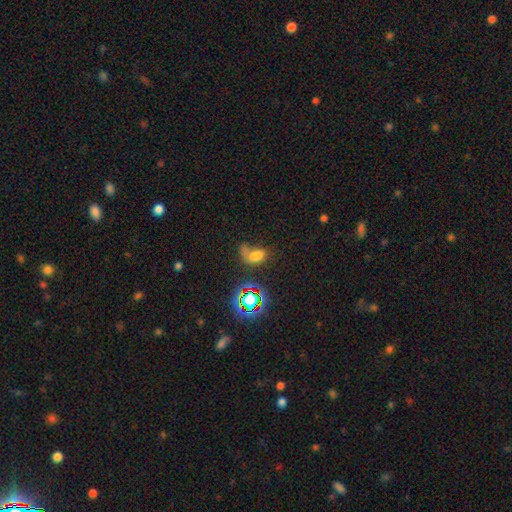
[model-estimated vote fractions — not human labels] A smooth galaxy with no disk features (55%) that is in between round and cigar-shaped (79%).

Vote fractions:
- Smooth or featured? smooth: 55% / star or artifact: 27% / featured or disk: 18%
- How rounded? in between: 79% / round: 19% / cigar-shaped: 3%
- Merging? merger: 31% / none: 29% / major disturbance: 25% / minor disturbance: 15%